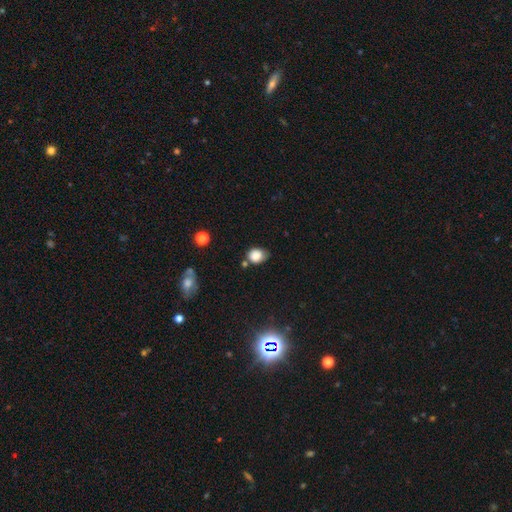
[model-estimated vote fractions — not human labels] A smooth galaxy with no disk features (83%) that is round (56%). Merging: none (55%).